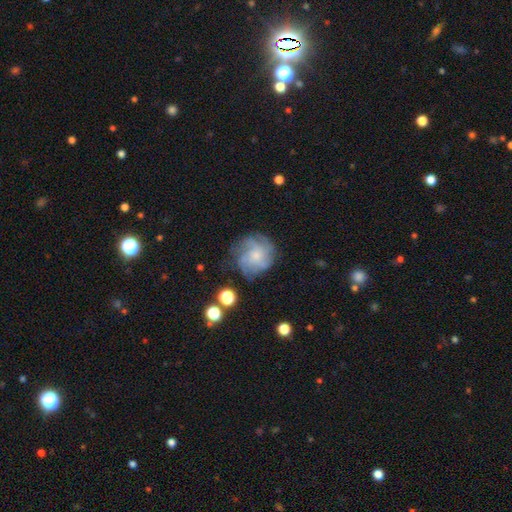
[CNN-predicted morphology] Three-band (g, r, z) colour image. It shows a featured or disk galaxy (60%) with no bar (79%), spiral arms (83%) and a small central bulge (55%). Merging: none (66%).